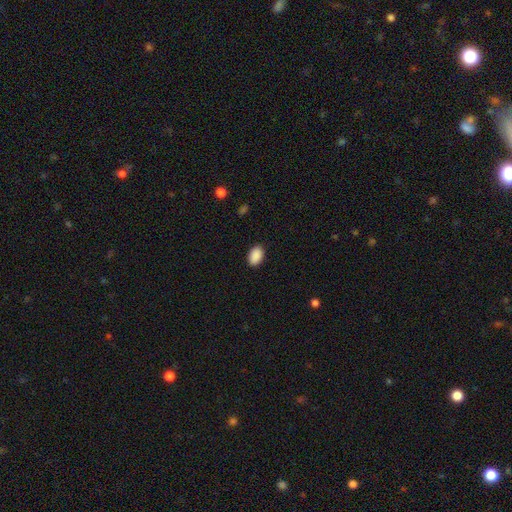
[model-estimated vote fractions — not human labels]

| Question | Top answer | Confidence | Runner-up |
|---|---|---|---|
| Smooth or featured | smooth | 90% | star or artifact (7%) |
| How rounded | in between | 89% | round (10%) |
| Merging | none | 89% | minor disturbance (8%) |